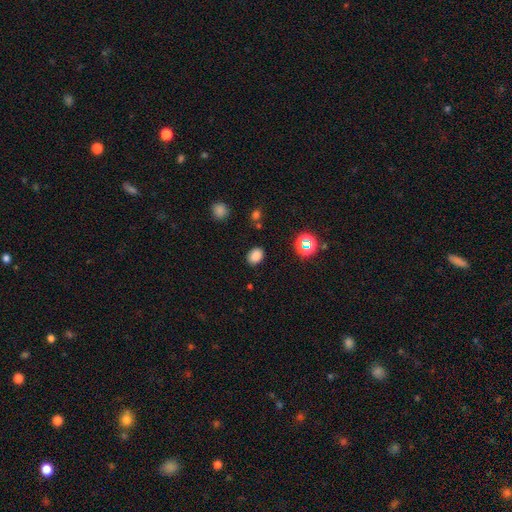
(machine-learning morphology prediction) type=smooth (81%); roundness=in between (64%); merging=none (85%).